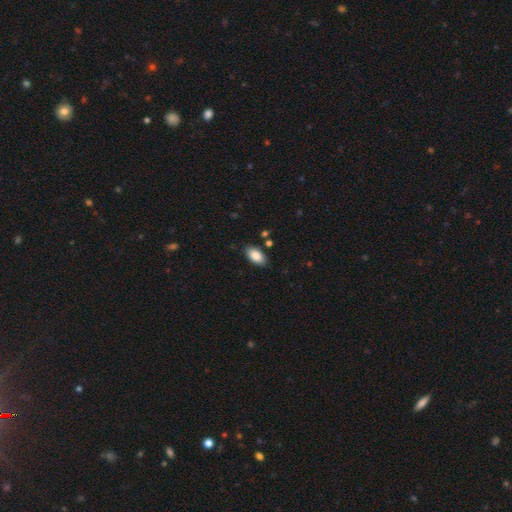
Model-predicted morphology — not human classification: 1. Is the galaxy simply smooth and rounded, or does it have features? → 87% smooth, 7% star or artifact, 6% featured or disk.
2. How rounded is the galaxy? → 94% in between, 4% round, 2% cigar-shaped.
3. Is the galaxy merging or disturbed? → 85% none, 11% minor disturbance, 2% merger, 2% major disturbance.